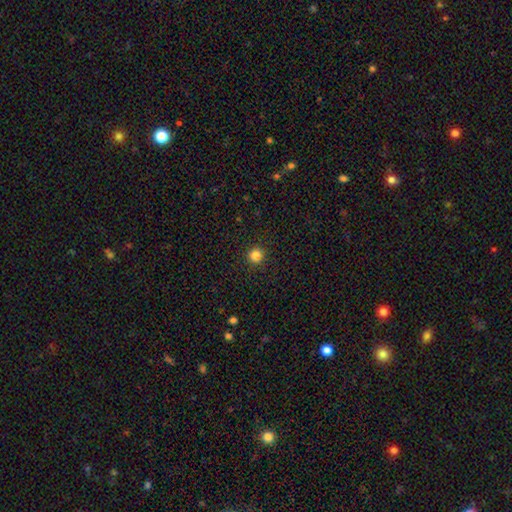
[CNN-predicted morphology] Smooth or featured? Predicted: smooth (p=0.83). How rounded? Predicted: round (p=0.93). Merging? Predicted: none (p=0.91).